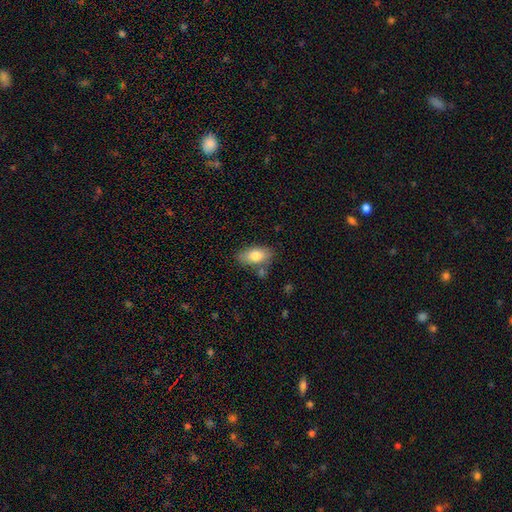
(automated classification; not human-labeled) The model was most divided on "merging": none: 72%, minor disturbance: 16%, merger: 8%, major disturbance: 4%. More confident: how rounded — in between (91%); smooth or featured — smooth (80%).